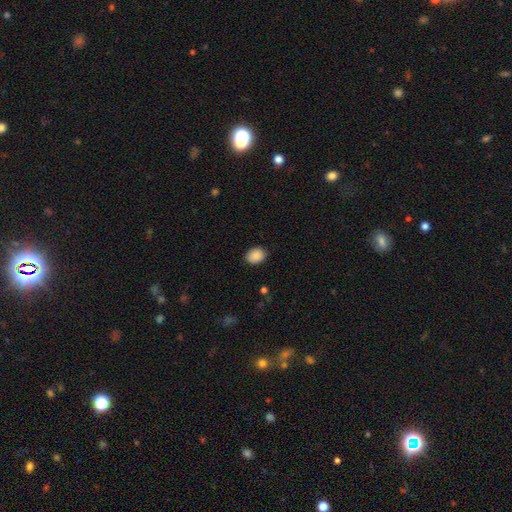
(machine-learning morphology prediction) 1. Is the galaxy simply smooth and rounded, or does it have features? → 89% smooth, 8% star or artifact, 3% featured or disk.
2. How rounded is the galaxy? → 64% in between, 35% round, 1% cigar-shaped.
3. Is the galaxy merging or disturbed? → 87% none, 10% minor disturbance, 2% major disturbance, 1% merger.